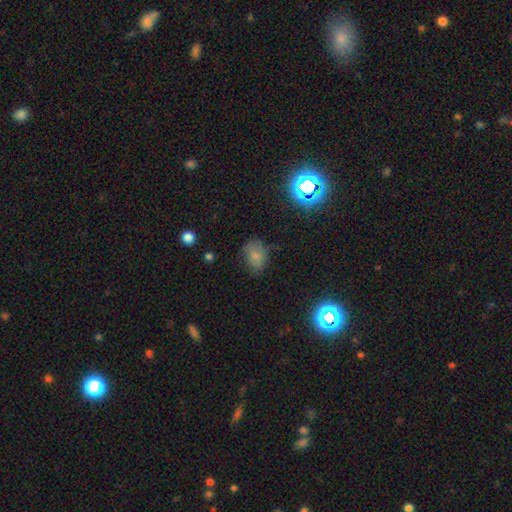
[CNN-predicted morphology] This appears to be a smooth galaxy with no disk features (72%) that is in between round and cigar-shaped (69%). Merging: none (59%).